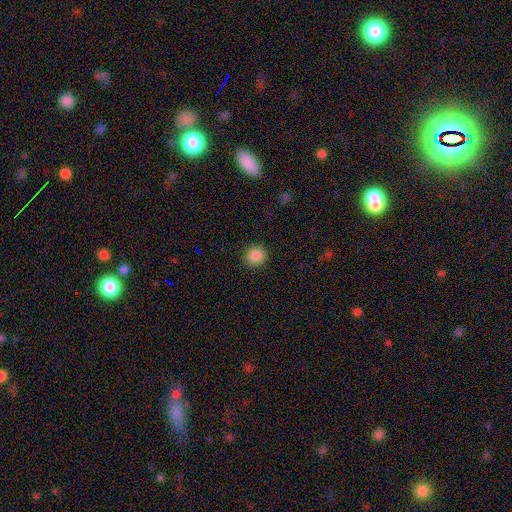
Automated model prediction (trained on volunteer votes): Smooth or featured?
  - smooth: 86% *
  - star or artifact: 10%
  - featured or disk: 4%
How rounded?
  - round: 92% *
  - in between: 7%
  - cigar-shaped: 1%
Merging?
  - none: 91% *
  - minor disturbance: 6%
  - major disturbance: 2%
  - merger: 1%